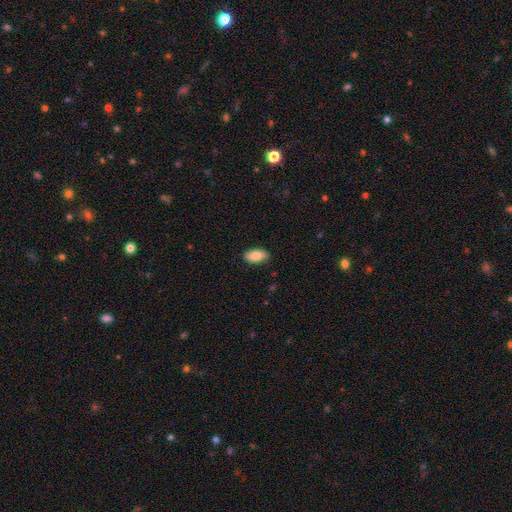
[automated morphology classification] Overall: smooth (85%). How rounded: in between (94%). Merging: none (87%).